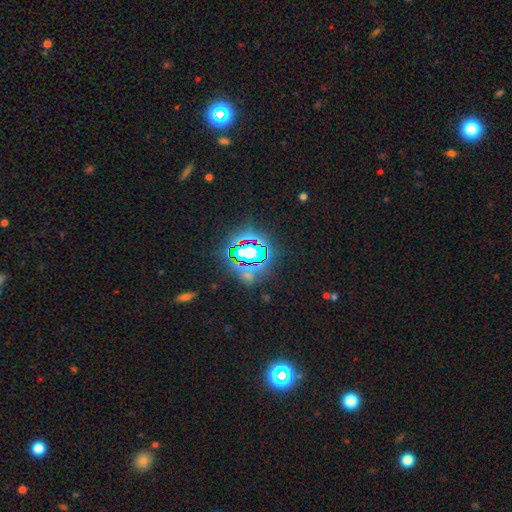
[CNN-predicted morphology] Smooth or featured? Predicted: star or artifact (p=0.72).